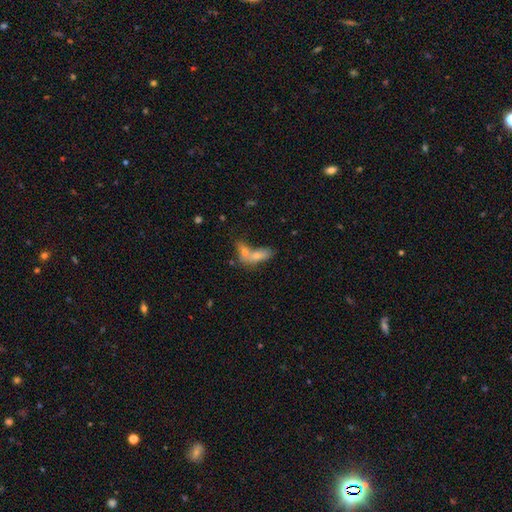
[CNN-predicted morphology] smooth_or_featured: smooth (p=0.70) [alt: featured or disk p=0.21]
how_rounded: in between (p=0.65) [alt: cigar-shaped p=0.29]
merging: merger (p=0.58) [alt: none p=0.28]